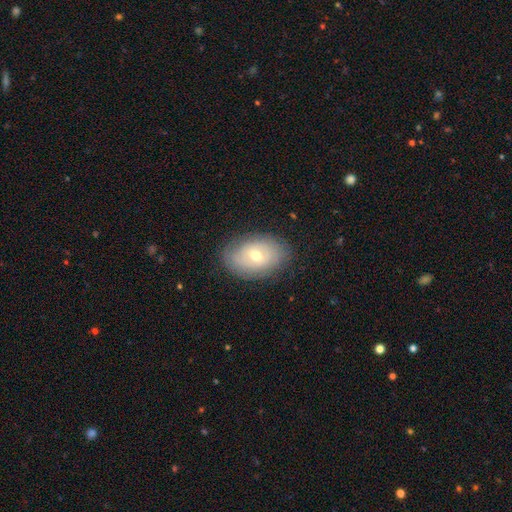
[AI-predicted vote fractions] A featured or disk galaxy (50%). Merging: none (81%).